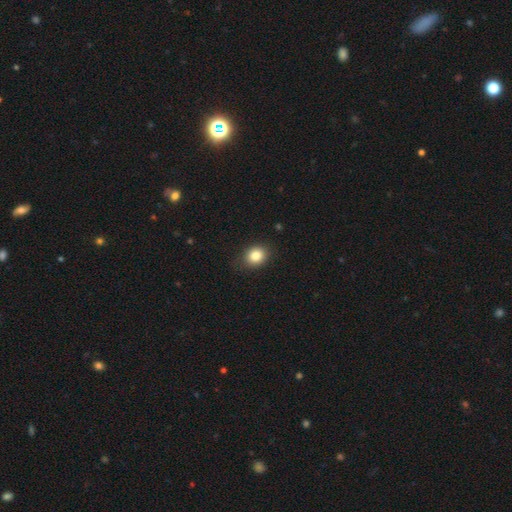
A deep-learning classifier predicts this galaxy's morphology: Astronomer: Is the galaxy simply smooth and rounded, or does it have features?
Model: smooth — 83%.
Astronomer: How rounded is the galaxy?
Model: round — 60% (runner-up: in between, 39%).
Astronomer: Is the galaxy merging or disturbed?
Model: none — 85%.